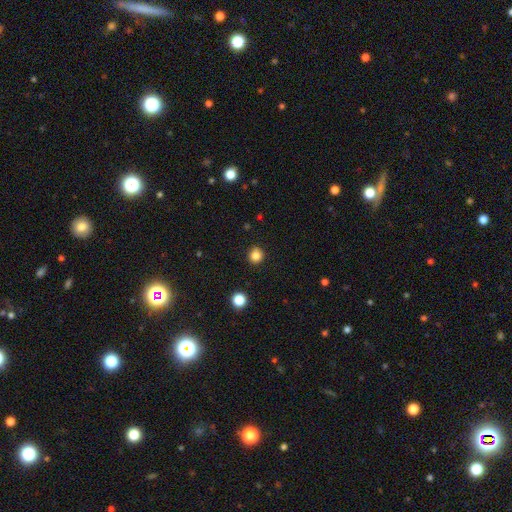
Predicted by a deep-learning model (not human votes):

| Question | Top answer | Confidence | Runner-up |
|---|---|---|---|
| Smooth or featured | smooth | 83% | star or artifact (12%) |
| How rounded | round | 92% | in between (8%) |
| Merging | none | 90% | minor disturbance (7%) |